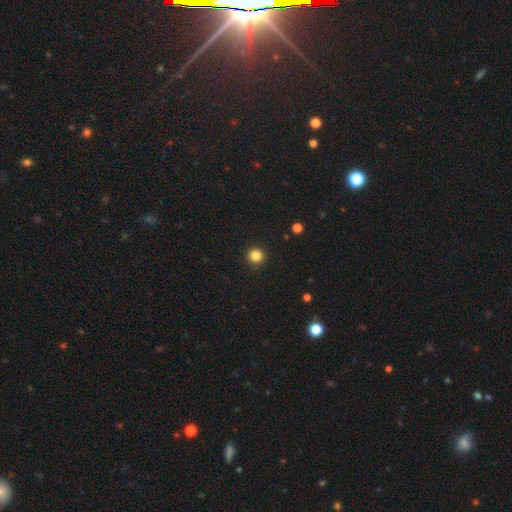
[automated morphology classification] This is clearly a smooth galaxy (84%). How rounded: clearly round (94%). Merging: clearly none (92%).